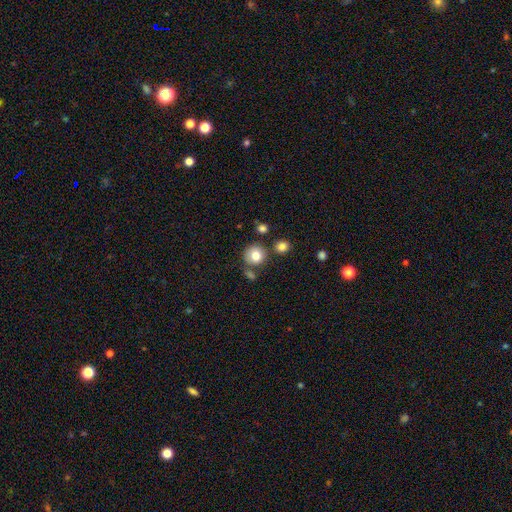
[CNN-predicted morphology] smooth_or_featured: smooth (p=0.81) [alt: star or artifact p=0.10]
how_rounded: round (p=0.89) [alt: in between p=0.10]
merging: none (p=0.71) [alt: merger p=0.13]